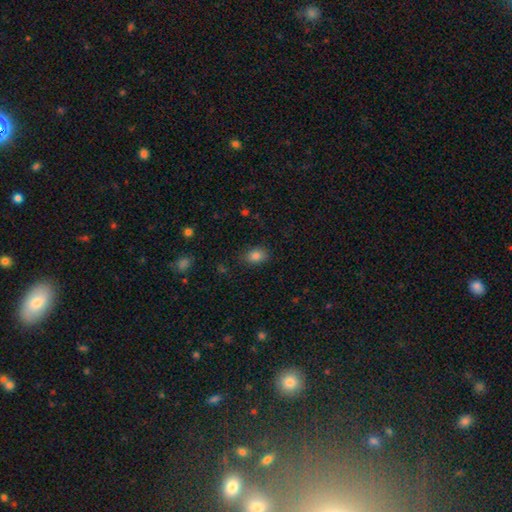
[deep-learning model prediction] Smooth or featured? smooth (84%)
How rounded? in between (71%)
Merging? none (80%)